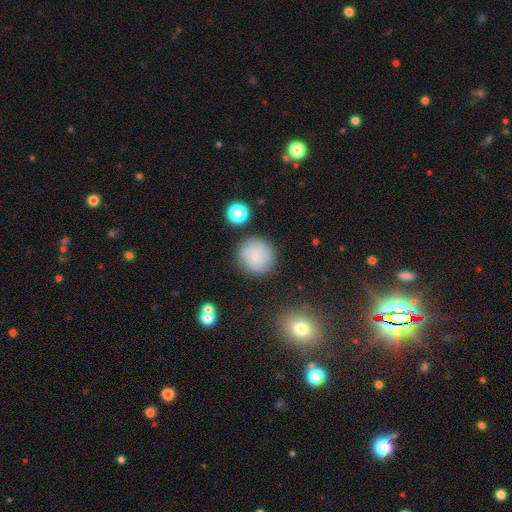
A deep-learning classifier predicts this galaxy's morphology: Overall: smooth (65%). How rounded: round (91%). Merging: none (83%).